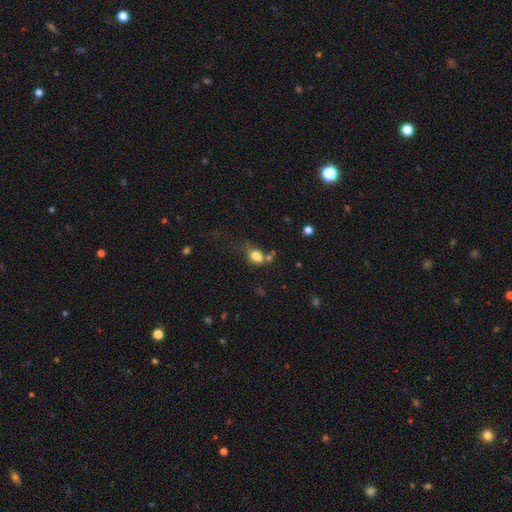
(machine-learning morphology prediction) Smooth or featured? smooth (79%)
How rounded? in between (53%)
Merging? none (43%)